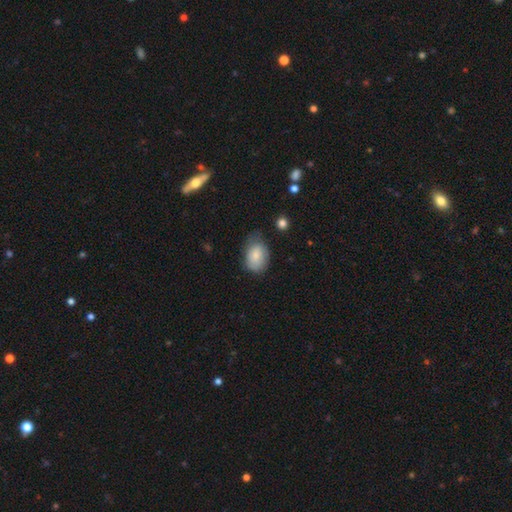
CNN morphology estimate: Smooth or featured: smooth — 81% (featured or disk — 13%)
How rounded: in between — 83% (round — 16%)
Merging: none — 53% (minor disturbance — 35%)